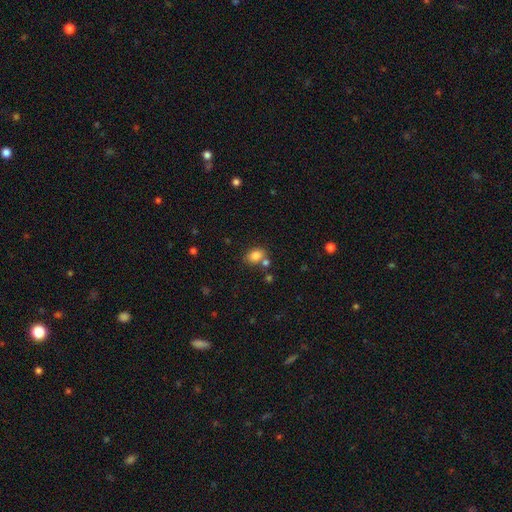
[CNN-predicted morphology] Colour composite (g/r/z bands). It shows a smooth galaxy with no disk features (83%) that is in between round and cigar-shaped (68%). Merging: none (65%).